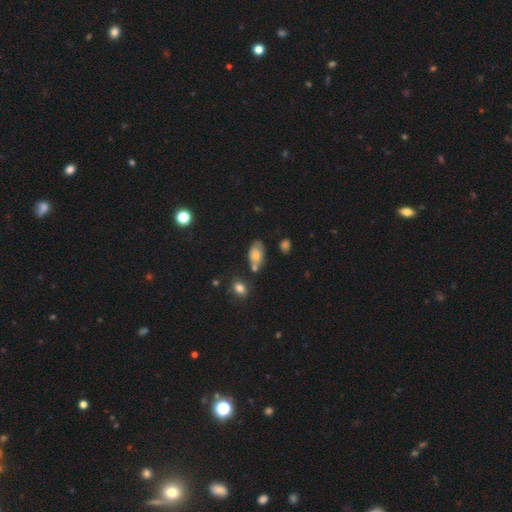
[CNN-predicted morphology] Smooth or featured: smooth — 68% (featured or disk — 23%)
How rounded: in between — 91% (round — 6%)
Merging: none — 57% (minor disturbance — 24%)